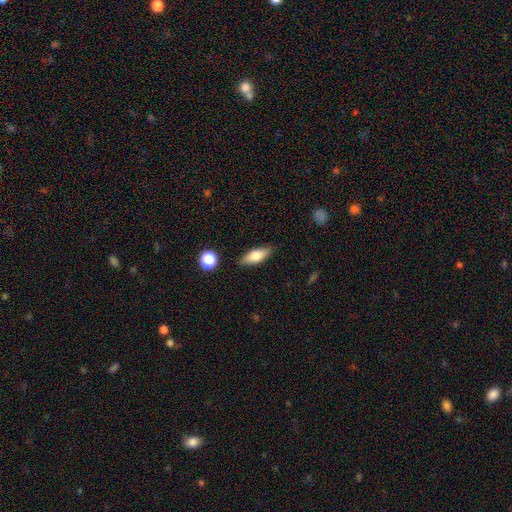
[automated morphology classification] smooth_or_featured: smooth (p=0.73) [alt: featured or disk p=0.19]
how_rounded: in between (p=0.70) [alt: cigar-shaped p=0.27]
merging: none (p=0.85) [alt: minor disturbance p=0.11]